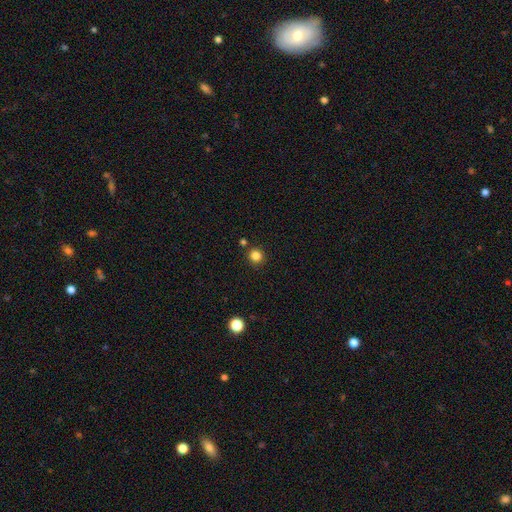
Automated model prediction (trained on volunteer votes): Q: Smooth or featured?
A: smooth (83%); runner-up: star or artifact (13%)
Q: How rounded?
A: round (93%); runner-up: in between (6%)
Q: Merging?
A: none (87%); runner-up: minor disturbance (6%)